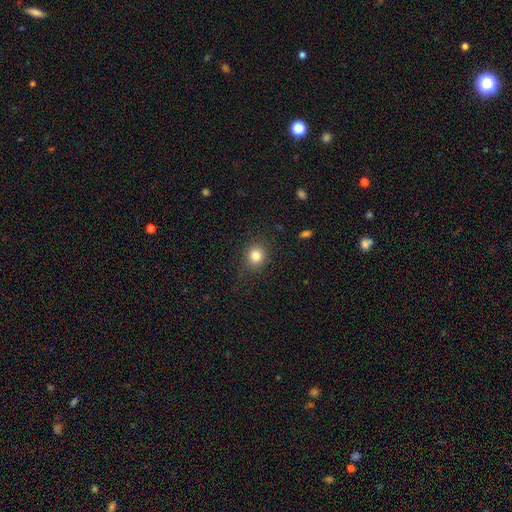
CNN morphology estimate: smooth_or_featured: smooth (p=0.82) [alt: star or artifact p=0.11]
how_rounded: round (p=0.80) [alt: in between p=0.19]
merging: none (p=0.85) [alt: minor disturbance p=0.10]